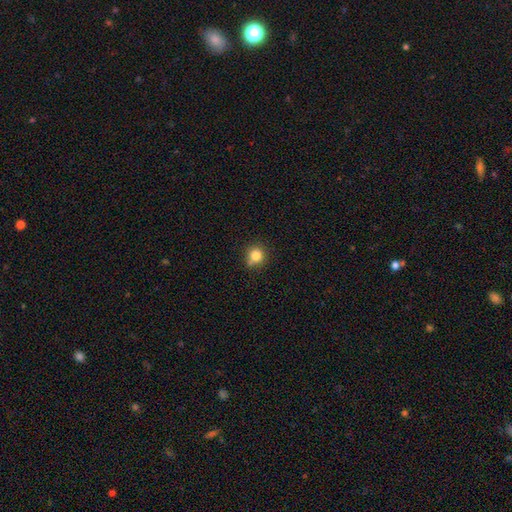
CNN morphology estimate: smooth 82%, star or artifact 12%, featured or disk 6%. Down the decision tree: how rounded — round (89%); merging — none (73%).